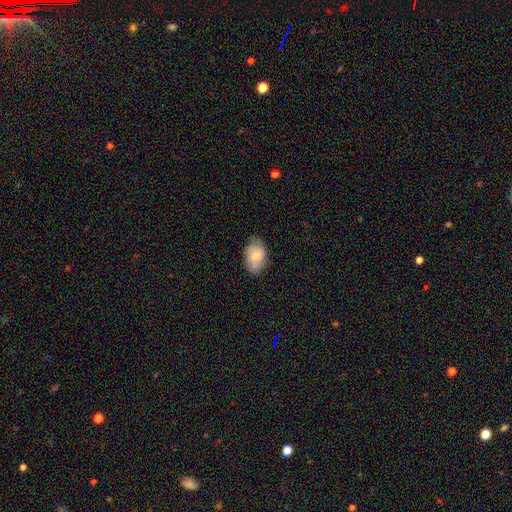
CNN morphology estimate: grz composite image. It shows a smooth galaxy with no disk features (66%) that is in between round and cigar-shaped (88%). Merging: none (73%).